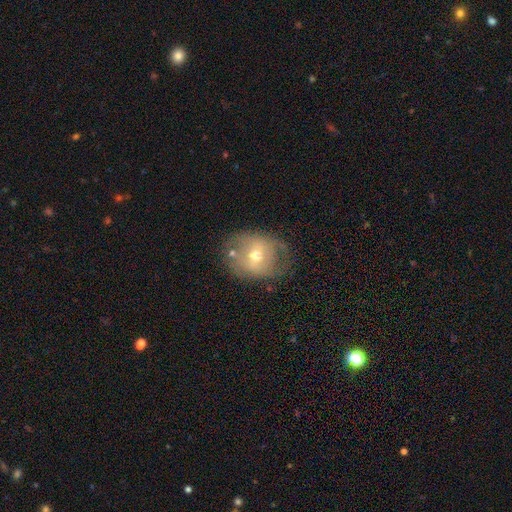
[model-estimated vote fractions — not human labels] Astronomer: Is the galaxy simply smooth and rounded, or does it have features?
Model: featured or disk — 46% (runner-up: smooth, 43%).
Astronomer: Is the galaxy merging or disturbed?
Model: none — 61%.